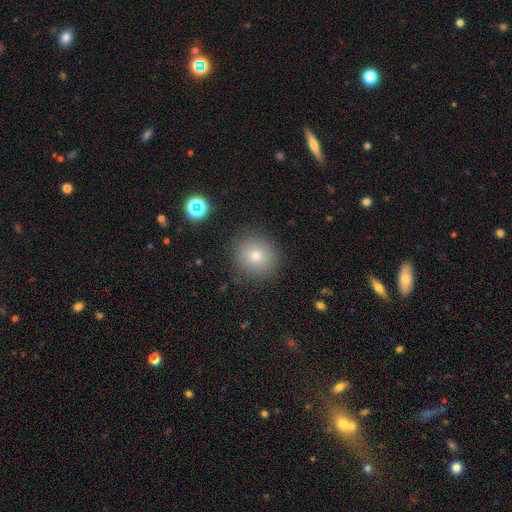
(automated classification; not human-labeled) smooth-or-featured: smooth: 74% | star or artifact: 15% | featured or disk: 11%
  how-rounded: round: 90% | in between: 9% | cigar-shaped: 1%
  merging: none: 89% | minor disturbance: 7% | major disturbance: 3% | merger: 1%